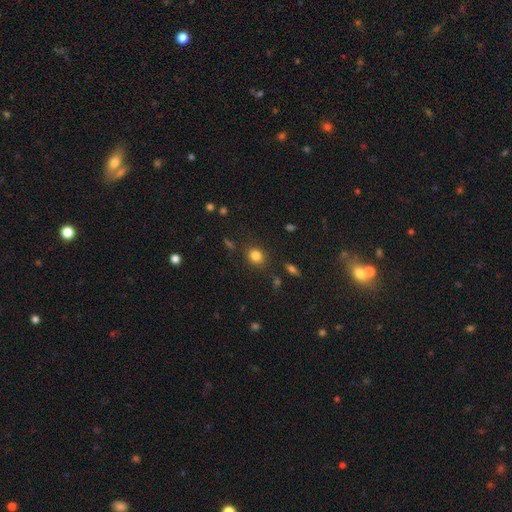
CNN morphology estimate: A smooth galaxy with no disk features (82%) that is round (62%).

Vote fractions:
- Smooth or featured? smooth: 82% / star or artifact: 12% / featured or disk: 6%
- How rounded? round: 62% / in between: 36% / cigar-shaped: 1%
- Merging? none: 83% / minor disturbance: 11% / major disturbance: 3% / merger: 3%